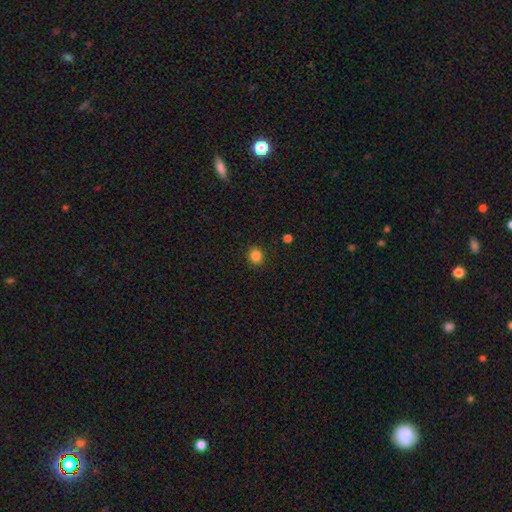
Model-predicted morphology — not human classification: Overall: smooth (85%). How rounded: round (83%). Merging: none (90%).